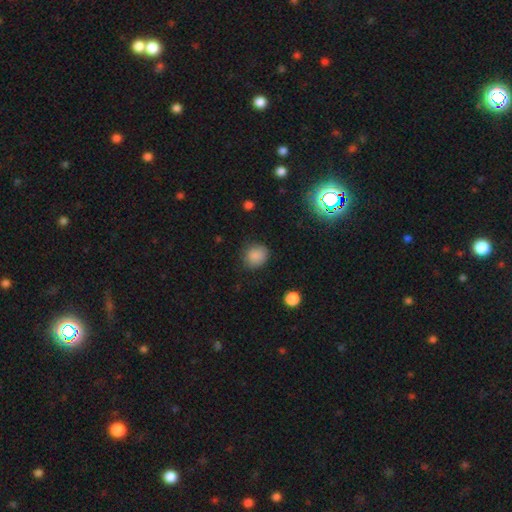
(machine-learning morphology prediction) This appears to be a smooth galaxy with no disk features (84%) that is round (75%). Merging: none (81%).